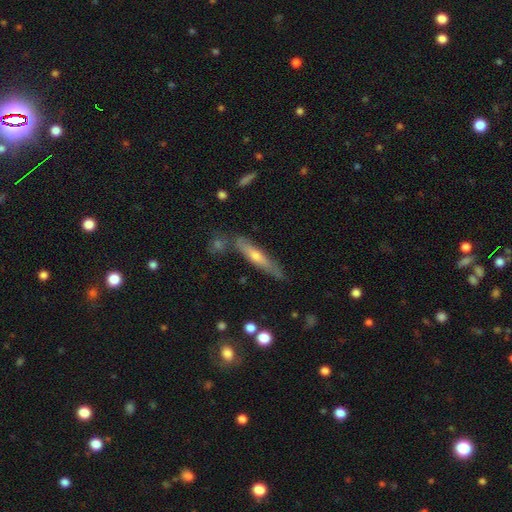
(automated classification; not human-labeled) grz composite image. It shows a featured or disk galaxy (56%) viewed edge-on (86%). Merging: none (76%).